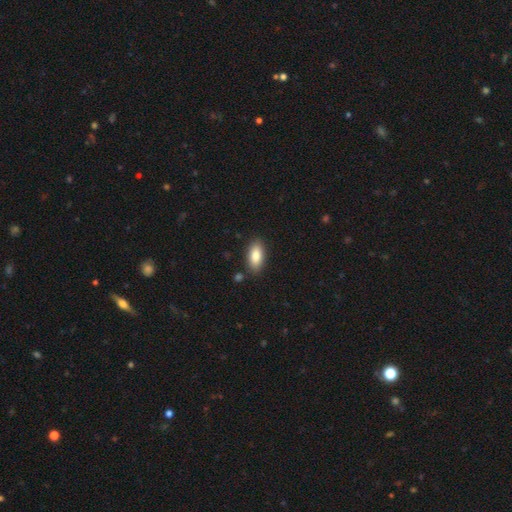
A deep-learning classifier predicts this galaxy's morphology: Overall: smooth (85%). How rounded: in between (90%). Merging: none (86%).